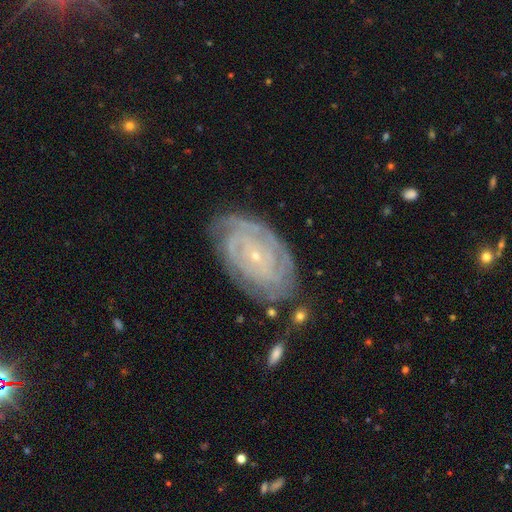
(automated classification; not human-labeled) Smooth or featured? Predicted: featured or disk (p=0.86). Edge-on disk? Predicted: no (p=0.96). Bar? Predicted: no (p=0.70). Spiral arms? Predicted: yes (p=0.96). Spiral winding? Predicted: tight (p=0.84). Spiral arm count? Predicted: can't tell (p=0.30). Bulge size? Predicted: small (p=0.87). Merging? Predicted: none (p=0.75).